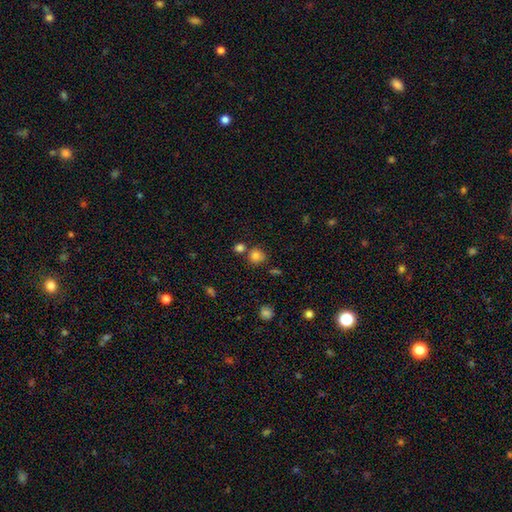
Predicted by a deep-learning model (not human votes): This appears to be a smooth galaxy with no disk features (82%) that is round (84%). Merging: none (69%).